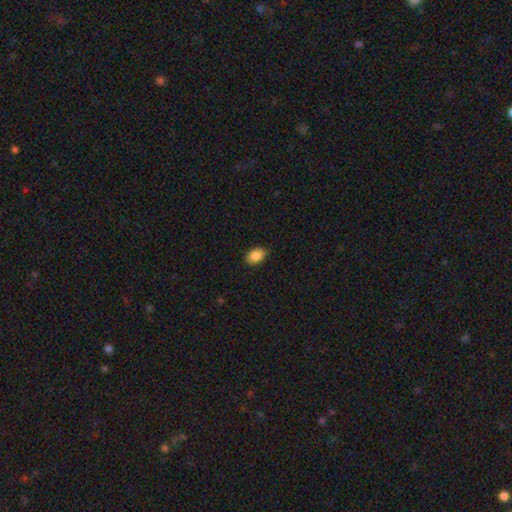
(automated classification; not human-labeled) Q: Smooth or featured?
A: smooth (88%); runner-up: star or artifact (8%)
Q: How rounded?
A: in between (85%); runner-up: round (14%)
Q: Merging?
A: none (85%); runner-up: minor disturbance (12%)